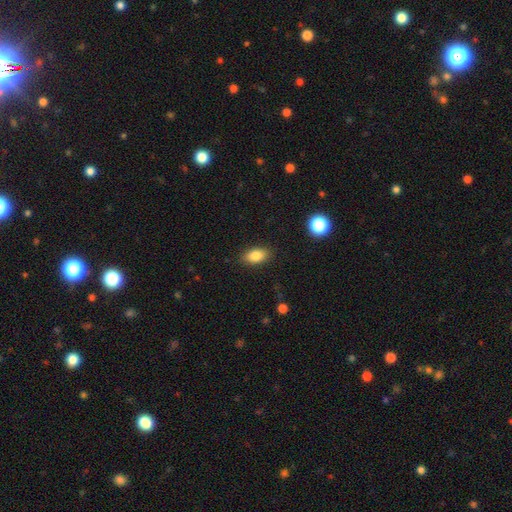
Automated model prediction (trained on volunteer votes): Smooth or featured: smooth — 84% (star or artifact — 9%)
How rounded: in between — 89% (round — 8%)
Merging: none — 87% (minor disturbance — 9%)